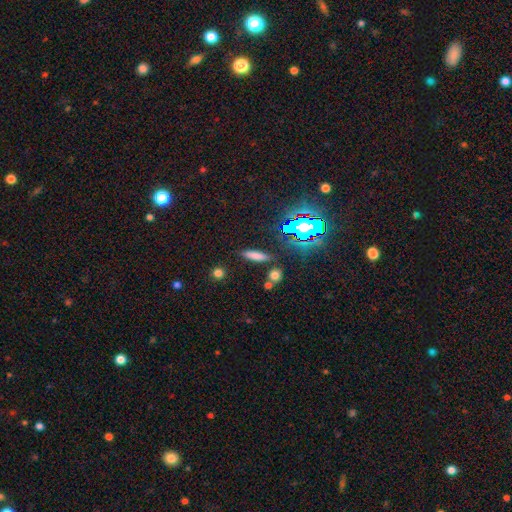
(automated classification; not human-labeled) Smooth or featured: smooth — 71% (star or artifact — 17%)
How rounded: cigar-shaped — 70% (in between — 26%)
Merging: none — 81% (minor disturbance — 10%)